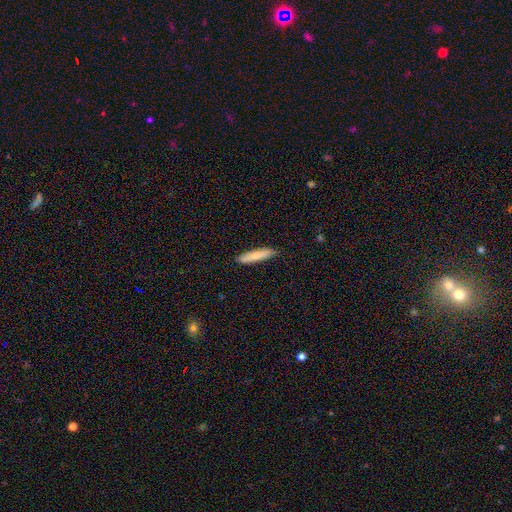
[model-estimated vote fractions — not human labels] Overall: smooth (78%). How rounded: cigar-shaped (87%). Merging: none (88%).